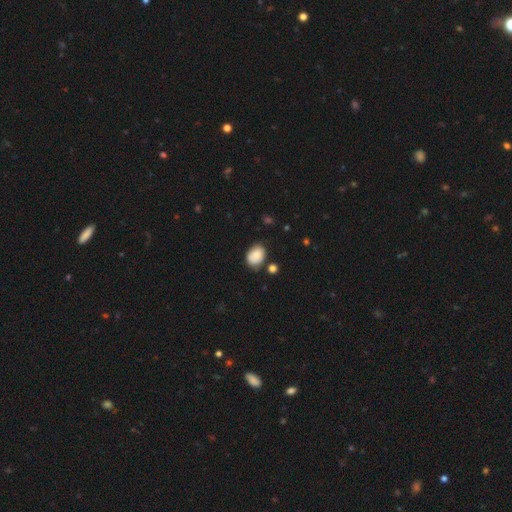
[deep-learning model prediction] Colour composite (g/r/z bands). It shows a smooth galaxy with no disk features (82%) that is in between round and cigar-shaped (71%). Merging: none (65%).